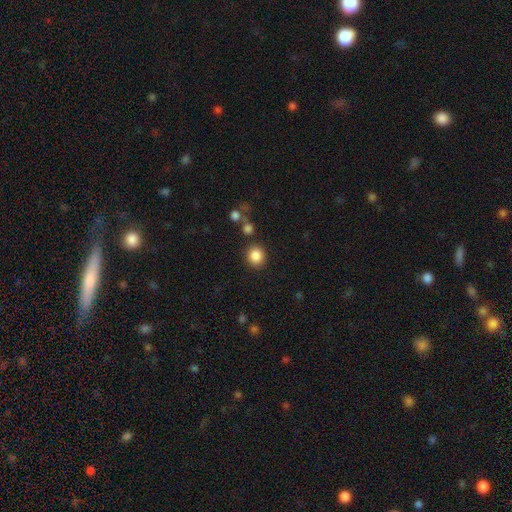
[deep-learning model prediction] Smooth or featured?
  - smooth: 86% *
  - star or artifact: 10%
  - featured or disk: 4%
How rounded?
  - round: 89% *
  - in between: 11%
  - cigar-shaped: 1%
Merging?
  - none: 85% *
  - minor disturbance: 7%
  - merger: 4%
  - major disturbance: 3%